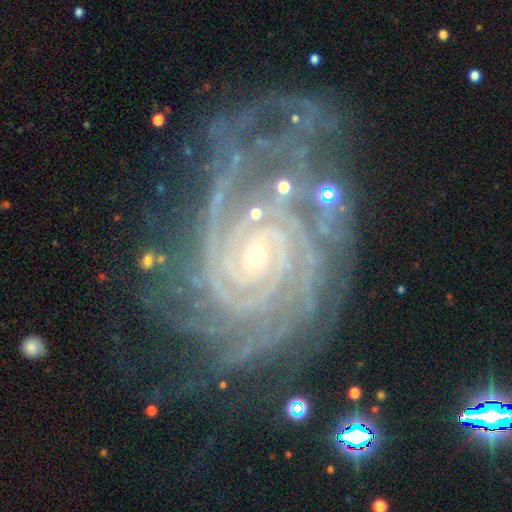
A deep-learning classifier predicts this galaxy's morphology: This appears to be a featured or disk galaxy (92%) with no bar (59%), 4 (21%, tied with 2) tight (81%) spiral arms (99%) and a small central bulge (79%). Merging: none (58%).